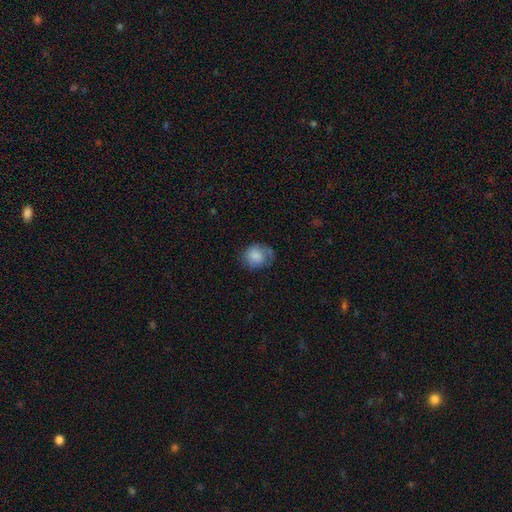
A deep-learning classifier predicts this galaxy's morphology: A smooth galaxy with no disk features (80%) that is round (71%).

Vote fractions:
- Smooth or featured? smooth: 80% / featured or disk: 12% / star or artifact: 8%
- How rounded? round: 71% / in between: 28% / cigar-shaped: 1%
- Merging? none: 56% / minor disturbance: 28% / major disturbance: 13% / merger: 2%